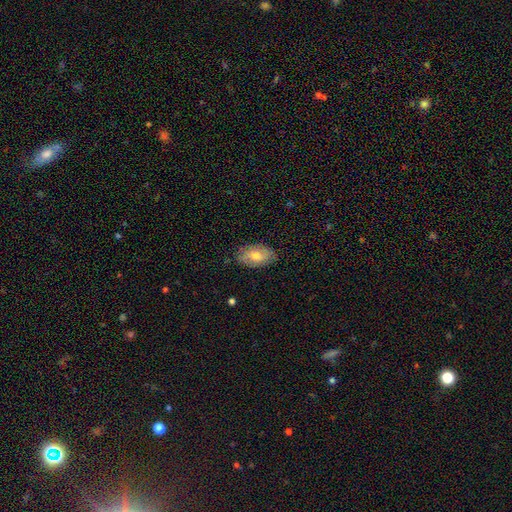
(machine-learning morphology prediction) A smooth galaxy with no disk features (56%) that is in between round and cigar-shaped (91%). Merging: none (81%).